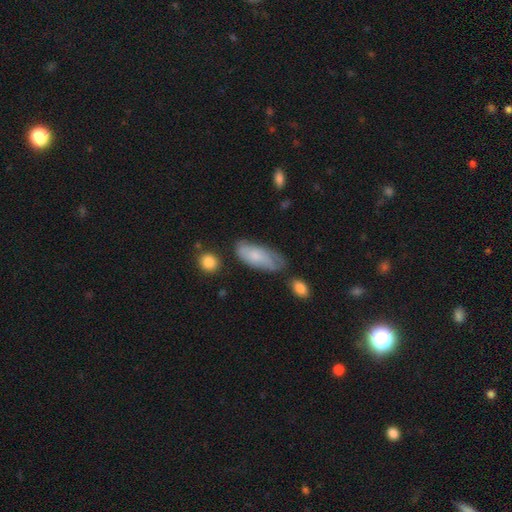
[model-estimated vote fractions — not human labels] Q: Smooth or featured?
A: smooth (65%); runner-up: featured or disk (28%)
Q: How rounded?
A: in between (82%); runner-up: cigar-shaped (15%)
Q: Merging?
A: none (54%); runner-up: minor disturbance (31%)